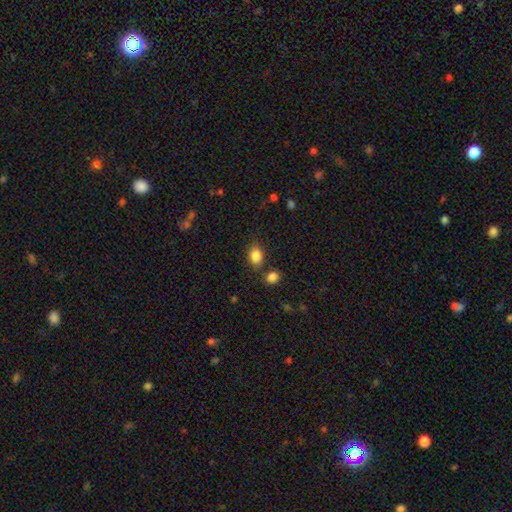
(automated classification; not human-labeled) Smooth or featured: smooth — 86% (star or artifact — 9%)
How rounded: in between — 74% (round — 25%)
Merging: none — 76% (minor disturbance — 12%)